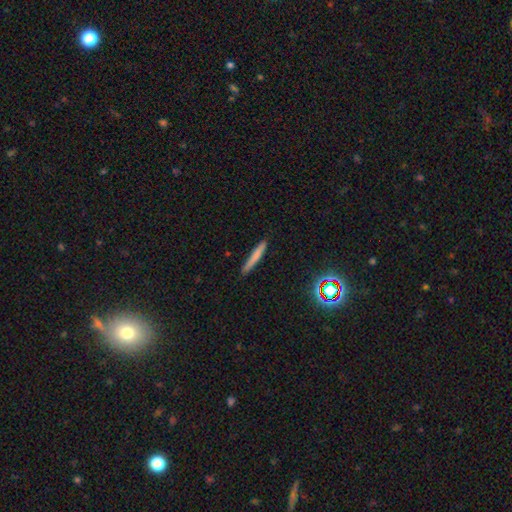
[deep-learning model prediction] Overall: smooth (69%). How rounded: cigar-shaped (94%). Merging: none (86%).